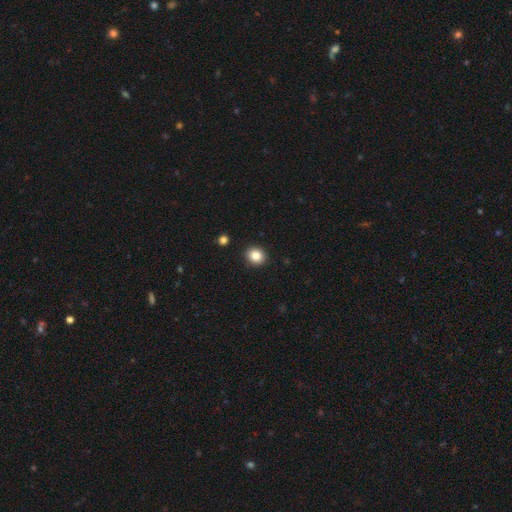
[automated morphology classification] Smooth or featured? Predicted: smooth (p=0.85). How rounded? Predicted: round (p=0.74). Merging? Predicted: none (p=0.91).